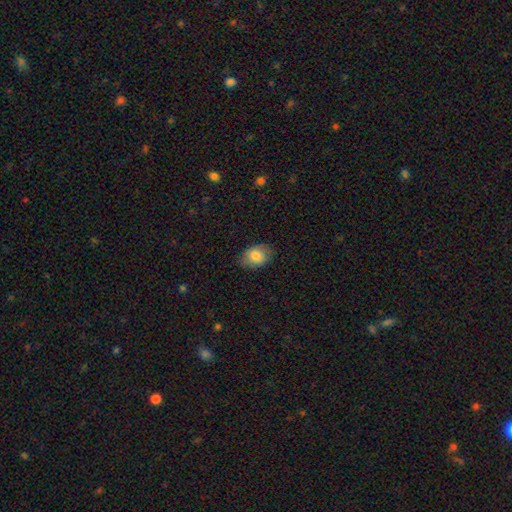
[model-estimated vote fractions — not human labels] Smooth or featured?
  - smooth: 81% *
  - featured or disk: 12%
  - star or artifact: 8%
How rounded?
  - in between: 76% *
  - round: 23%
  - cigar-shaped: 1%
Merging?
  - none: 78% *
  - minor disturbance: 17%
  - major disturbance: 4%
  - merger: 1%